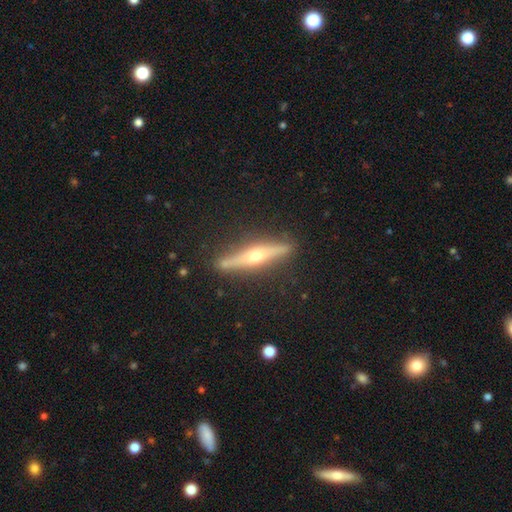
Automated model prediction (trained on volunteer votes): Smooth or featured: featured or disk — 77% (smooth — 17%)
Edge-on disk: yes — 97% (no — 3%)
Edge-on bulge: rounded — 90% (none — 6%)
Merging: none — 87% (minor disturbance — 9%)